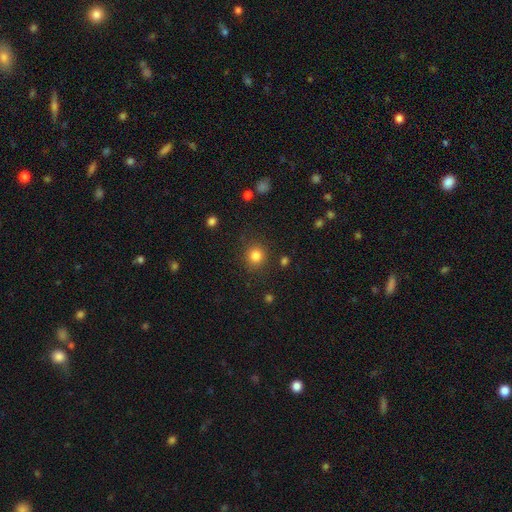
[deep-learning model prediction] Smooth or featured? Predicted: smooth (p=0.83). How rounded? Predicted: round (p=0.90). Merging? Predicted: none (p=0.86).